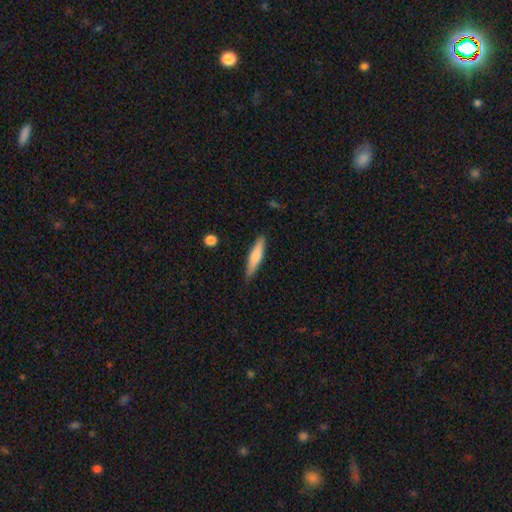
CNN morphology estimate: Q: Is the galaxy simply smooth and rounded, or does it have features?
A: smooth — 72%.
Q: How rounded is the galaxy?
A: cigar-shaped — 82%.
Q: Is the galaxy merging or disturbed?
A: none — 88%.